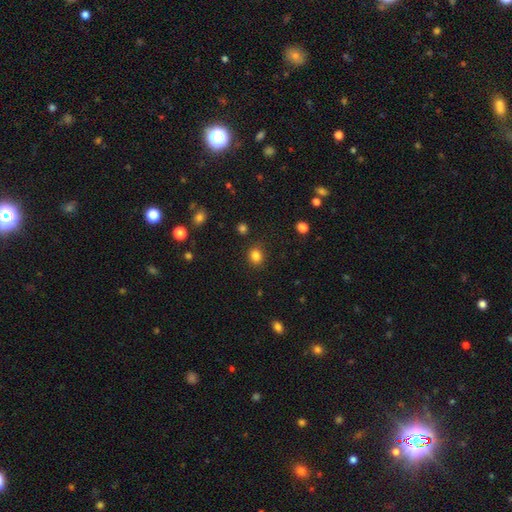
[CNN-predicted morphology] Smooth or featured: smooth — 83% (star or artifact — 12%)
How rounded: round — 71% (in between — 28%)
Merging: none — 85% (minor disturbance — 10%)